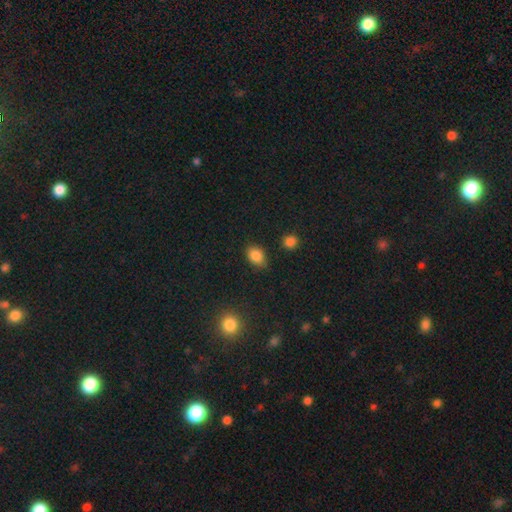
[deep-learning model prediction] smooth_or_featured: smooth (p=0.85) [alt: star or artifact p=0.10]
how_rounded: in between (p=0.73) [alt: round p=0.25]
merging: none (p=0.79) [alt: minor disturbance p=0.15]